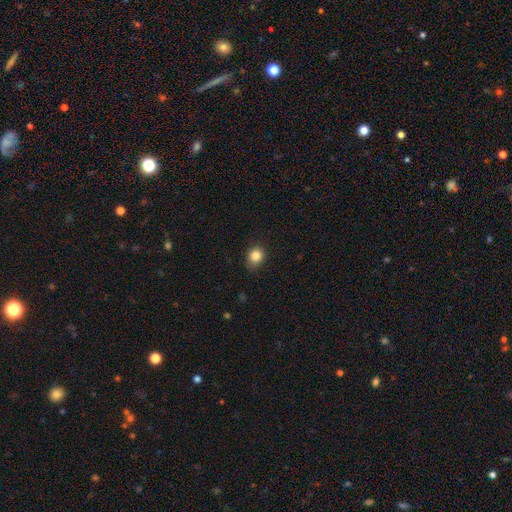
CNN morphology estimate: A smooth galaxy with no disk features (85%) that is round (71%).

Vote fractions:
- Smooth or featured? smooth: 85% / star or artifact: 11% / featured or disk: 5%
- How rounded? round: 71% / in between: 29% / cigar-shaped: 1%
- Merging? none: 81% / minor disturbance: 15% / major disturbance: 3% / merger: 1%